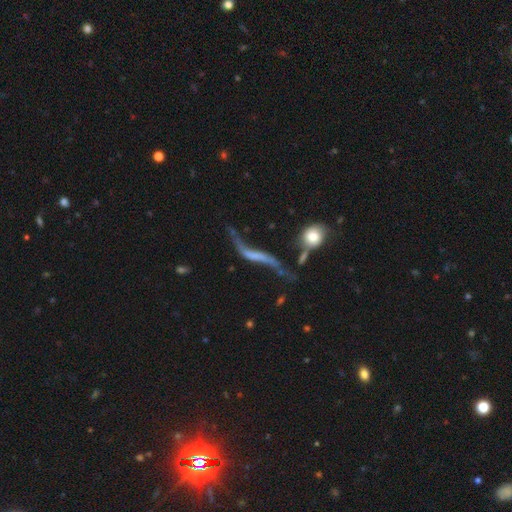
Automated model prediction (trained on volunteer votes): This appears to be a featured or disk galaxy (74%) with no bar (42%), spiral arms (77%) and no central bulge (58%). Merging: none (38%).